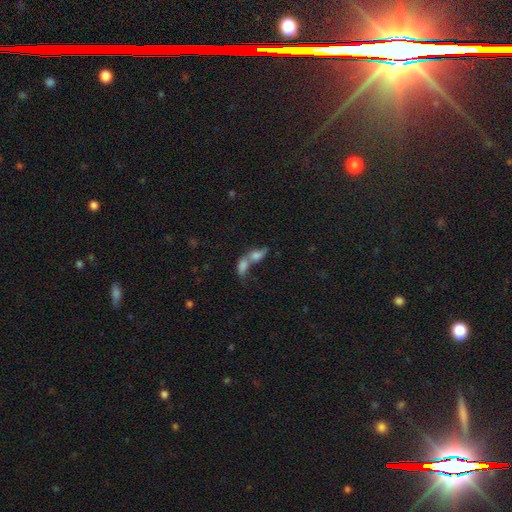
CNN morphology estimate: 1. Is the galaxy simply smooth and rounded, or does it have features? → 64% smooth, 23% featured or disk, 13% star or artifact.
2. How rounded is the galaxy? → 75% in between, 14% round, 11% cigar-shaped.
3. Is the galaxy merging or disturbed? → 74% merger, 14% none, 6% major disturbance, 6% minor disturbance.